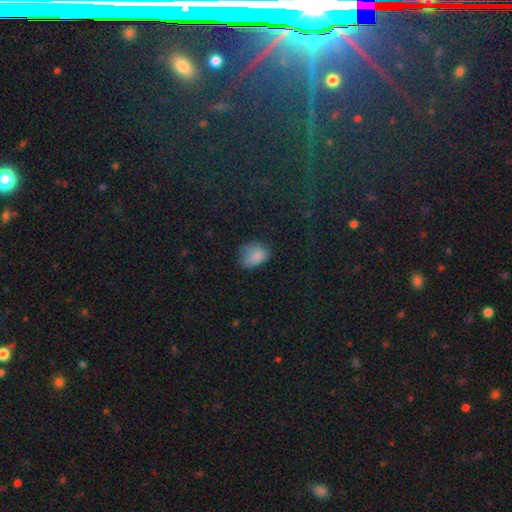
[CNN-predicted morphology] Smooth or featured? smooth (75%)
How rounded? in between (77%)
Merging? none (45%)